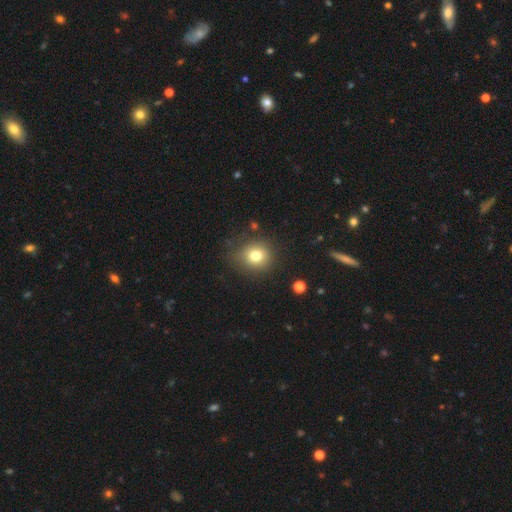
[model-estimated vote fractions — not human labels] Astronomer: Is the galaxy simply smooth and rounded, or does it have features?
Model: smooth — 77%.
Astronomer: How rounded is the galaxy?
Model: round — 85%.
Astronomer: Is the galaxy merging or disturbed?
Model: none — 80%.